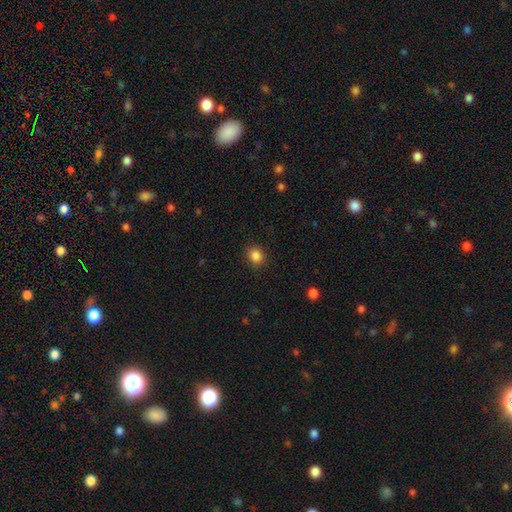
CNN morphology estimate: smooth 86%, star or artifact 11%, featured or disk 4%. Down the decision tree: how rounded — round (64%); merging — none (88%).